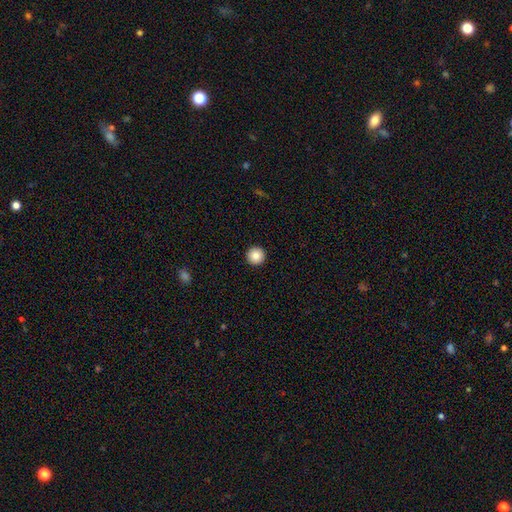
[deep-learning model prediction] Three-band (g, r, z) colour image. It shows a smooth galaxy with no disk features (86%) that is round (97%). Merging: none (94%).